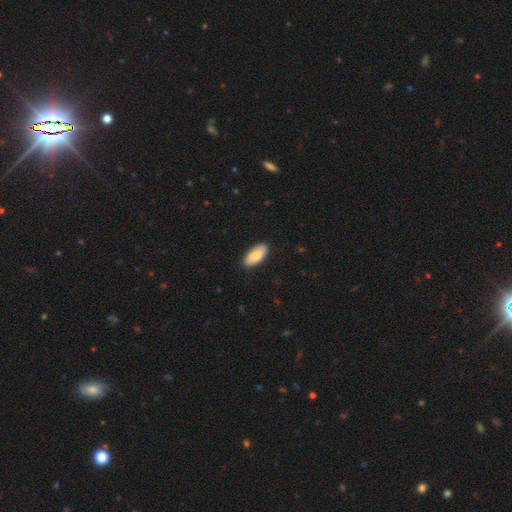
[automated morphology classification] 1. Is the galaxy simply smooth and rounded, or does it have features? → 82% smooth, 13% featured or disk, 6% star or artifact.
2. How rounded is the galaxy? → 89% in between, 9% cigar-shaped, 2% round.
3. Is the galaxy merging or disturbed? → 89% none, 9% minor disturbance, 2% major disturbance, 1% merger.